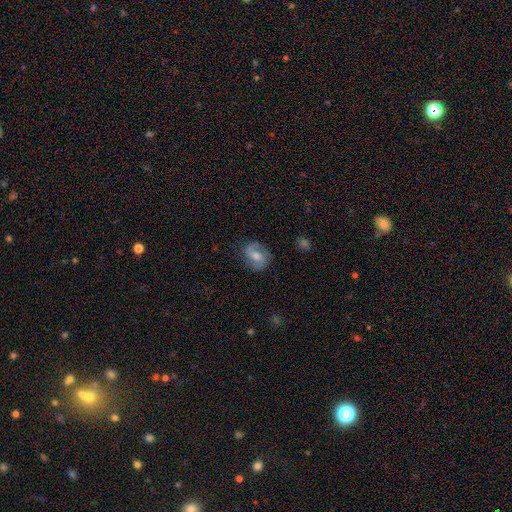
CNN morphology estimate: smooth-or-featured: featured or disk: 61% | smooth: 32% | star or artifact: 8%
  disk-edge-on: no: 97% | yes: 3%
    bar: weak: 48% | no: 38% | strong: 15%
    has-spiral-arms: yes: 87% | no: 13%
      spiral-winding: medium: 47% | loose: 30% | tight: 23%
      spiral-arm-count: 2: 82% | can't tell: 8% | 1: 7% | 3: 1% | 4: 1% | more than 4: 1%
    bulge-size: moderate: 61% | small: 22% | large: 11% | none: 5% | dominant: 1%
  merging: none: 74% | minor disturbance: 18% | major disturbance: 7% | merger: 1%